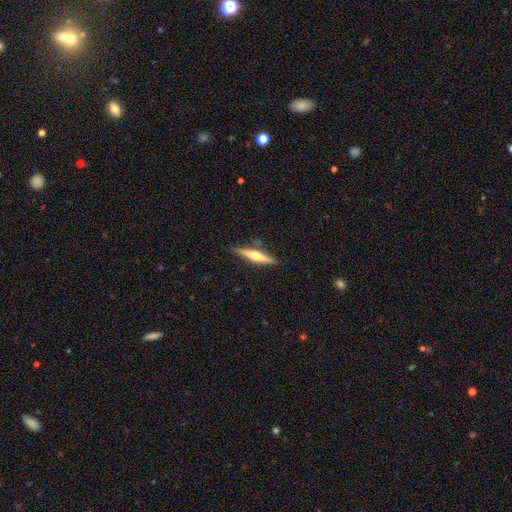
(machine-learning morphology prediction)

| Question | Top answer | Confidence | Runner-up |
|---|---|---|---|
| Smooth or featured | featured or disk | 62% | smooth (33%) |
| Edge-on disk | yes | 97% | no (3%) |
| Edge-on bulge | rounded | 90% | none (5%) |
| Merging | none | 85% | minor disturbance (10%) |